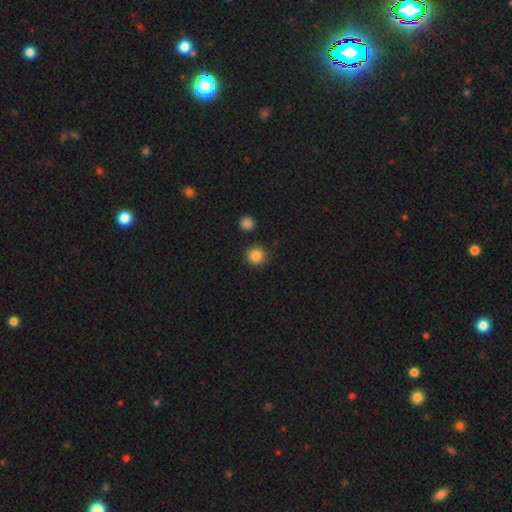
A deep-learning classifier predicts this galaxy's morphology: This is clearly a smooth galaxy (86%). How rounded: clearly round (94%). Merging: clearly none (89%).